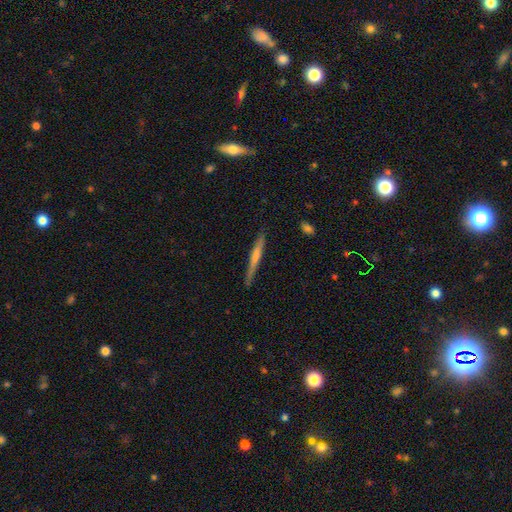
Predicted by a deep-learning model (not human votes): featured or disk 66%, smooth 25%, star or artifact 9%. Down the decision tree: edge-on disk — yes (97%); edge-on bulge — rounded (68%); merging — none (88%).